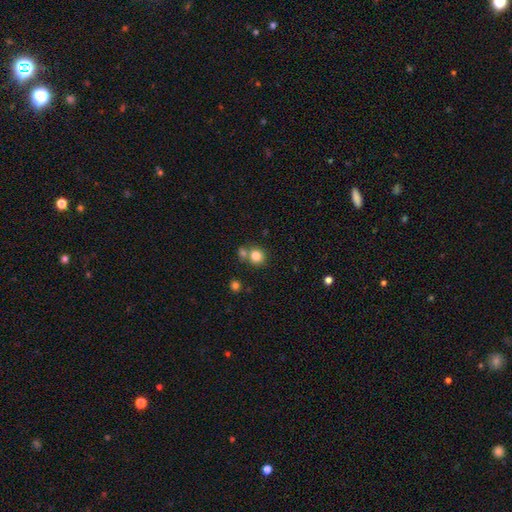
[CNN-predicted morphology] A smooth galaxy with no disk features (82%) that is round (87%). Merging: none (62%).